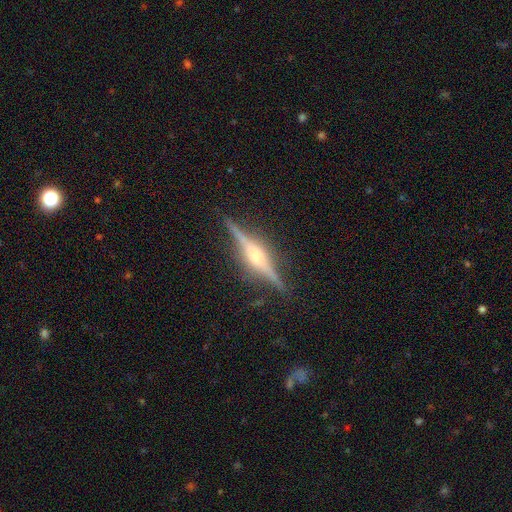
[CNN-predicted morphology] smooth_or_featured: featured or disk (p=0.87) [alt: smooth p=0.07]
disk_edge_on: yes (p=0.98) [alt: no p=0.02]
edge_on_bulge: rounded (p=0.88) [alt: boxy p=0.09]
merging: none (p=0.89) [alt: minor disturbance p=0.08]